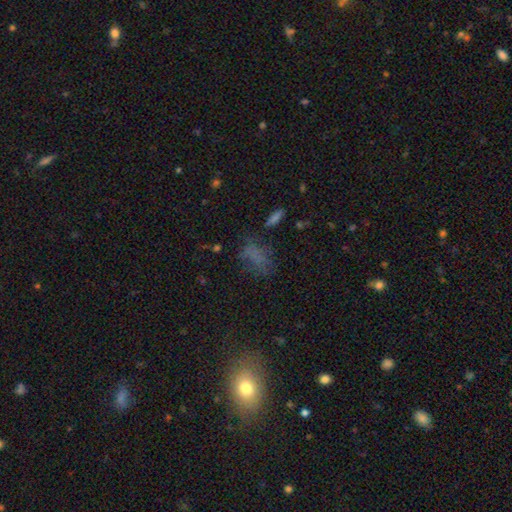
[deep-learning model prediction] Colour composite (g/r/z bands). It shows a smooth galaxy with no disk features (56%) that is in between round and cigar-shaped (78%). Merging: none (49%).